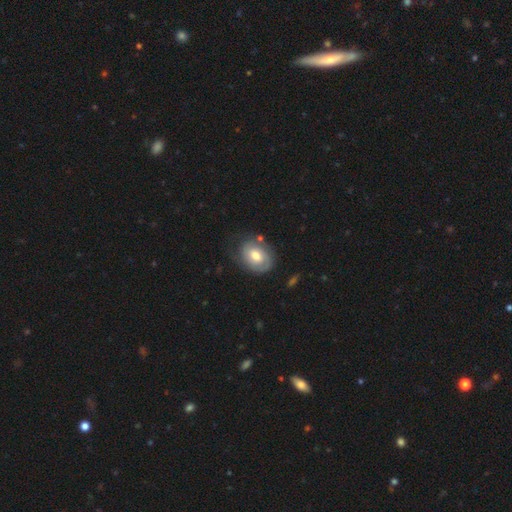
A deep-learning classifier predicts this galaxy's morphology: This is possibly a featured or disk galaxy (48%). Merging: likely none (66%).